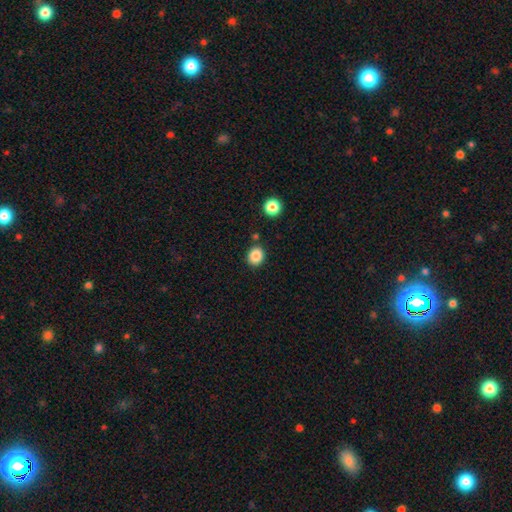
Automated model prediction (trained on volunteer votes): Q: Smooth or featured?
A: smooth (86%); runner-up: star or artifact (10%)
Q: How rounded?
A: round (68%); runner-up: in between (31%)
Q: Merging?
A: none (85%); runner-up: minor disturbance (8%)